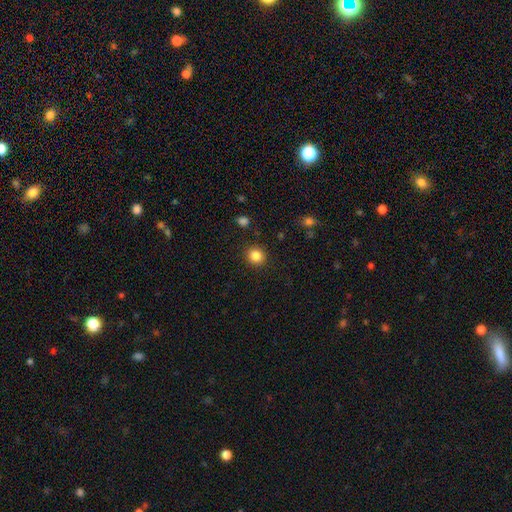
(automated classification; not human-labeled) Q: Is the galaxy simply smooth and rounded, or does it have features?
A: smooth — 85%.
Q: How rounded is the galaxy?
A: round — 89%.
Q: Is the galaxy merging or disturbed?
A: none — 91%.